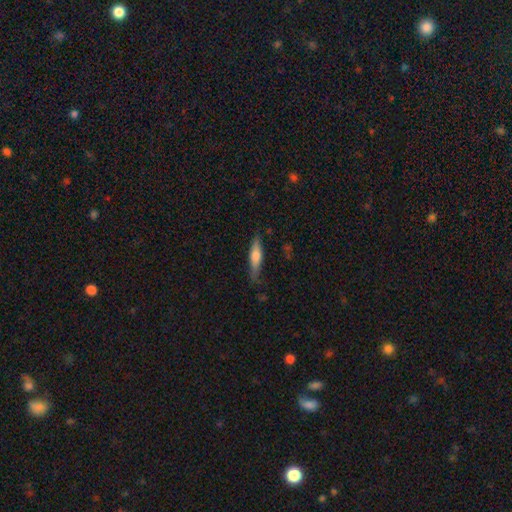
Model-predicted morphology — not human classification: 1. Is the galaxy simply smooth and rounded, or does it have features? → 61% smooth, 33% featured or disk, 6% star or artifact.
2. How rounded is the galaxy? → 73% cigar-shaped, 25% in between, 2% round.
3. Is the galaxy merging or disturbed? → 77% none, 18% minor disturbance, 4% major disturbance, 2% merger.